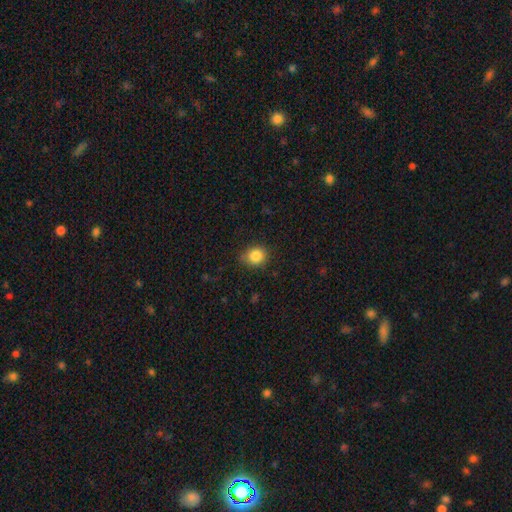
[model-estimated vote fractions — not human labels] Smooth or featured?
  - smooth: 84% *
  - star or artifact: 10%
  - featured or disk: 5%
How rounded?
  - round: 76% *
  - in between: 23%
  - cigar-shaped: 1%
Merging?
  - none: 80% *
  - minor disturbance: 16%
  - major disturbance: 3%
  - merger: 1%